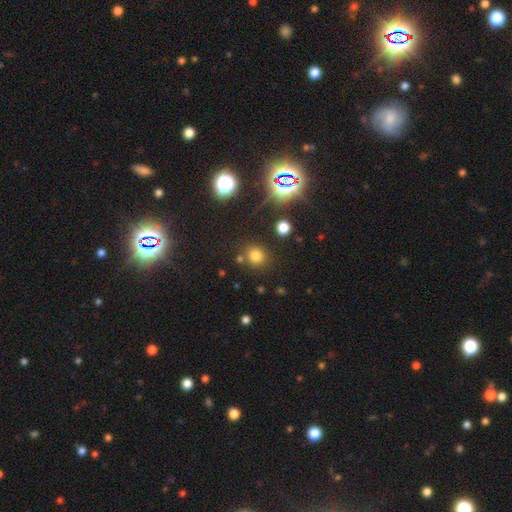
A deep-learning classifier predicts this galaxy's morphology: smooth-or-featured: smooth: 71% | star or artifact: 22% | featured or disk: 7%
  how-rounded: round: 84% | in between: 15% | cigar-shaped: 1%
  merging: none: 80% | minor disturbance: 9% | merger: 7% | major disturbance: 4%